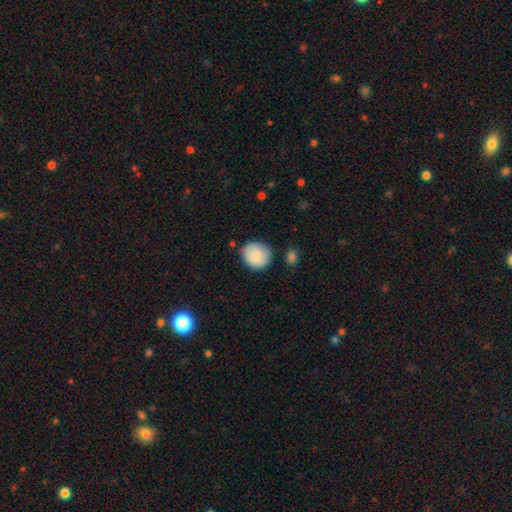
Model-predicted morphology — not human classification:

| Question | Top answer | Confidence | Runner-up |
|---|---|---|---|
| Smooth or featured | smooth | 84% | featured or disk (10%) |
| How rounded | round | 78% | in between (21%) |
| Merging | none | 79% | minor disturbance (15%) |